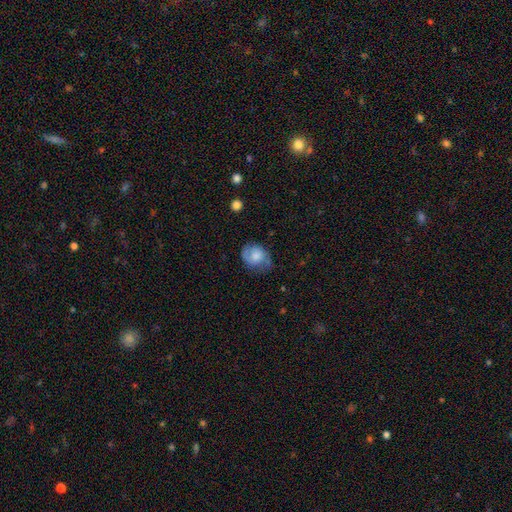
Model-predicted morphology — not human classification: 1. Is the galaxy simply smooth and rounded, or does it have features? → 54% smooth, 38% featured or disk, 8% star or artifact.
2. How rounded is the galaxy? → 52% in between, 47% round, 1% cigar-shaped.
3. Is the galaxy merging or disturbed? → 57% none, 29% minor disturbance, 12% major disturbance, 2% merger.